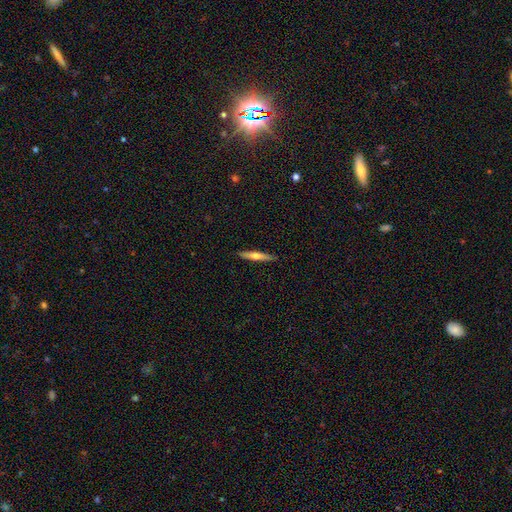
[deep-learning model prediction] A smooth galaxy with no disk features (51%) that is cigar-shaped (91%).

Vote fractions:
- Smooth or featured? smooth: 51% / featured or disk: 43% / star or artifact: 6%
- How rounded? cigar-shaped: 91% / in between: 7% / round: 2%
- Merging? none: 90% / minor disturbance: 8% / major disturbance: 2% / merger: 1%